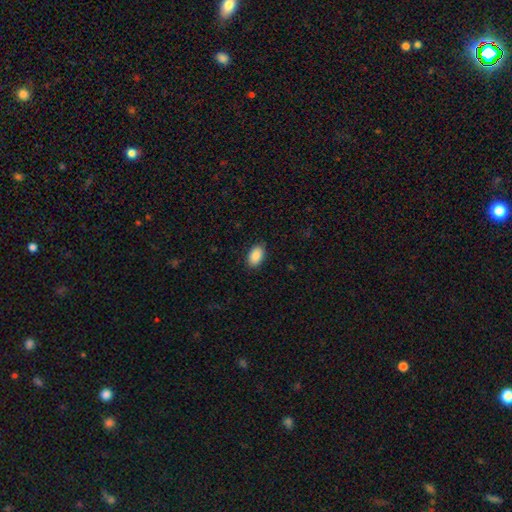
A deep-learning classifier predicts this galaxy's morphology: Smooth or featured? Predicted: smooth (p=0.90). How rounded? Predicted: in between (p=0.93). Merging? Predicted: none (p=0.87).